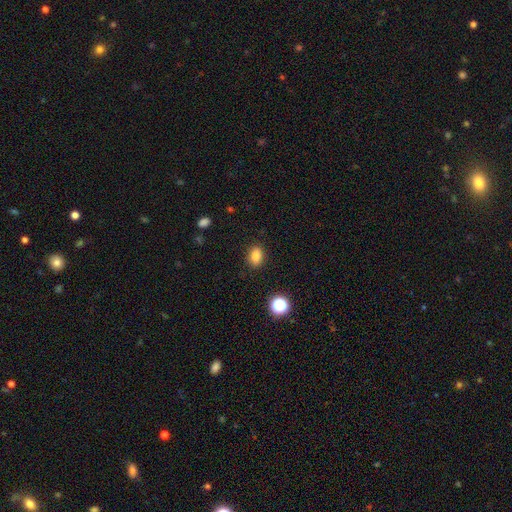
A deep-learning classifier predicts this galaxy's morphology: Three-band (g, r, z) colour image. It shows a smooth galaxy with no disk features (83%) that is in between round and cigar-shaped (72%). Merging: none (87%).